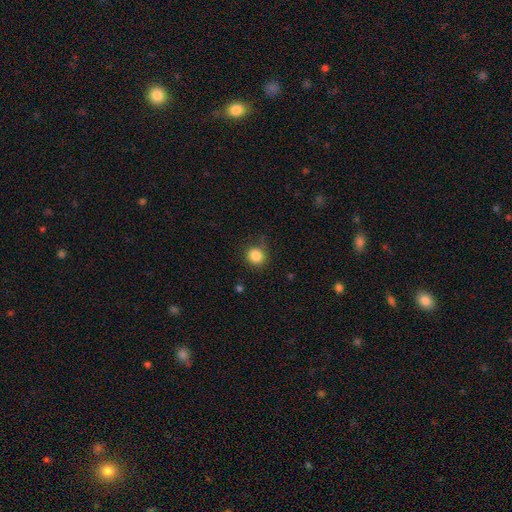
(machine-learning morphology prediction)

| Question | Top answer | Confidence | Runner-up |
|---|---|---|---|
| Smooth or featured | smooth | 85% | star or artifact (11%) |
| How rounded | round | 88% | in between (11%) |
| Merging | none | 79% | minor disturbance (15%) |